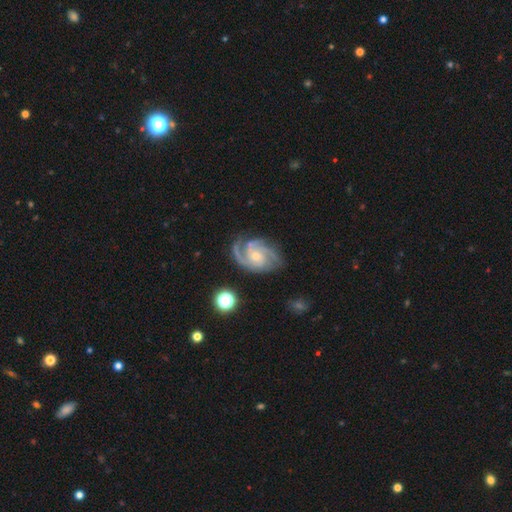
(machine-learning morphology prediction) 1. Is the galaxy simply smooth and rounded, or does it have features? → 91% featured or disk, 5% star or artifact, 4% smooth.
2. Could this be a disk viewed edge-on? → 98% no, 2% yes.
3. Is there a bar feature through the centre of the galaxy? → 65% no, 30% weak, 6% strong.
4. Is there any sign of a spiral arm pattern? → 98% yes, 2% no.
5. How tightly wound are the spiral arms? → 47% medium, 45% tight, 8% loose.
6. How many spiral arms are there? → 52% 3, 19% 2, 10% 4, 9% can't tell, 5% 1, 5% more than 4.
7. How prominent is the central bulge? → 64% small, 31% moderate, 2% none, 1% large, 1% dominant.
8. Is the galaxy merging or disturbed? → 72% none, 18% minor disturbance, 8% major disturbance, 2% merger.